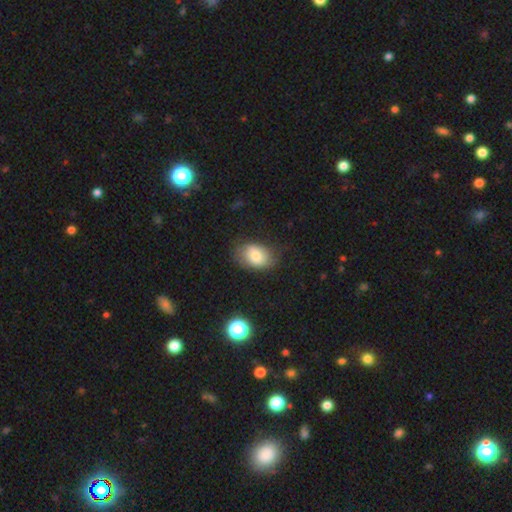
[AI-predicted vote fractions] Morphology: type=smooth (73%); roundness=in between (75%); merging=none (66%).